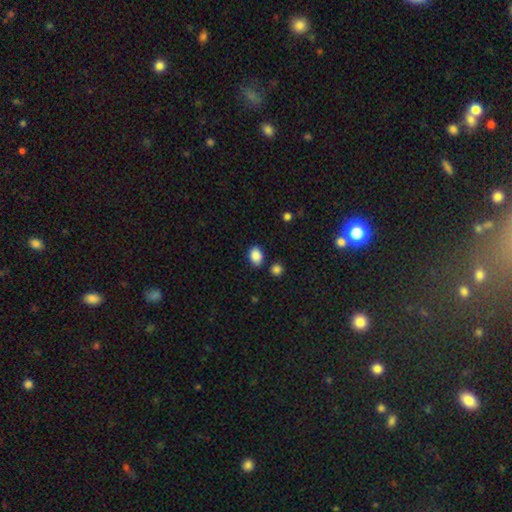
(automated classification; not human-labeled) This is clearly a smooth galaxy (88%). How rounded: likely in between (73%). Merging: likely none (77%).